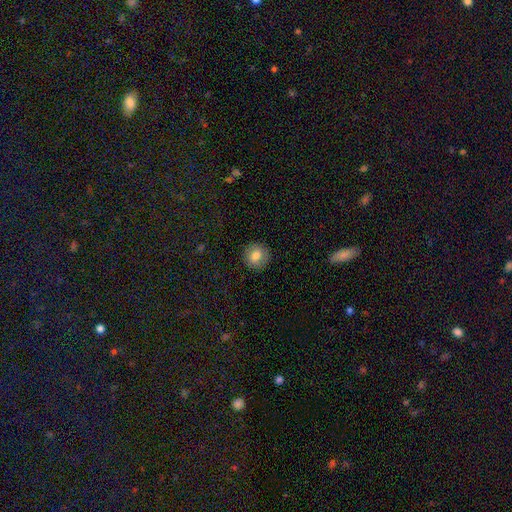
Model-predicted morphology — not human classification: This is likely a smooth galaxy (80%). How rounded: clearly round (92%). Merging: clearly none (90%).